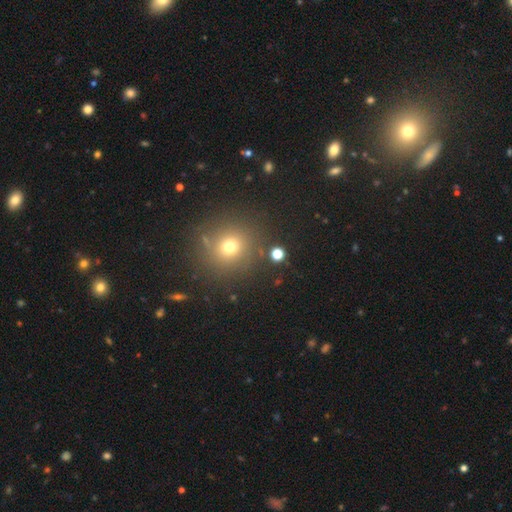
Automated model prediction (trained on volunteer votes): A smooth galaxy with no disk features (50%) that is round (92%).

Vote fractions:
- Smooth or featured? smooth: 50% / star or artifact: 40% / featured or disk: 9%
- How rounded? round: 92% / in between: 7% / cigar-shaped: 1%
- Merging? none: 87% / minor disturbance: 7% / merger: 3% / major disturbance: 3%